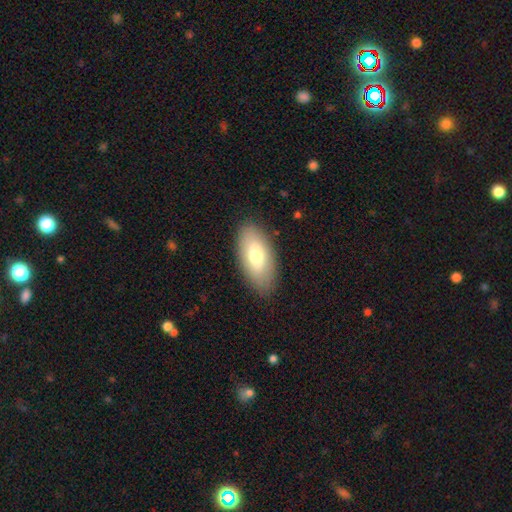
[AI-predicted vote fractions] smooth_or_featured: smooth (p=0.69) [alt: featured or disk p=0.24]
how_rounded: in between (p=0.90) [alt: cigar-shaped p=0.07]
merging: none (p=0.85) [alt: minor disturbance p=0.11]